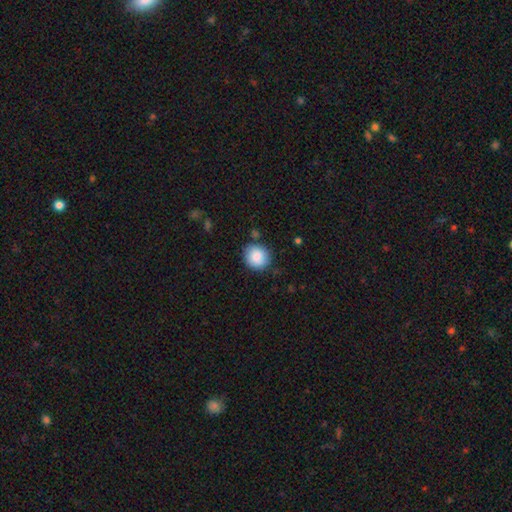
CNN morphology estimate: This appears to be a smooth galaxy with no disk features (85%) that is round (85%). Merging: none (81%).